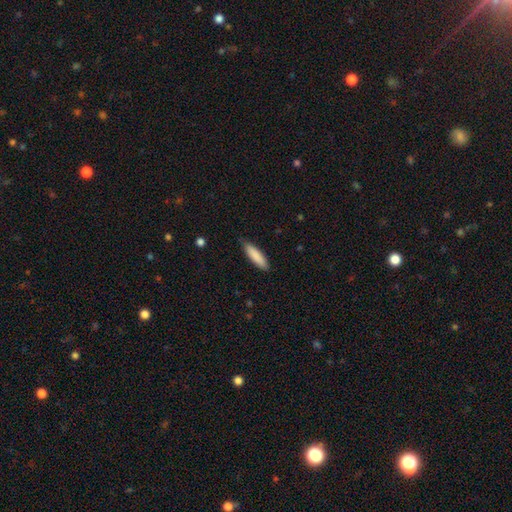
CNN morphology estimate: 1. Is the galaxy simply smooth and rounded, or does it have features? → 86% smooth, 8% featured or disk, 6% star or artifact.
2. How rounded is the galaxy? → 69% cigar-shaped, 29% in between, 1% round.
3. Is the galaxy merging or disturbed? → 82% none, 15% minor disturbance, 2% major disturbance, 1% merger.